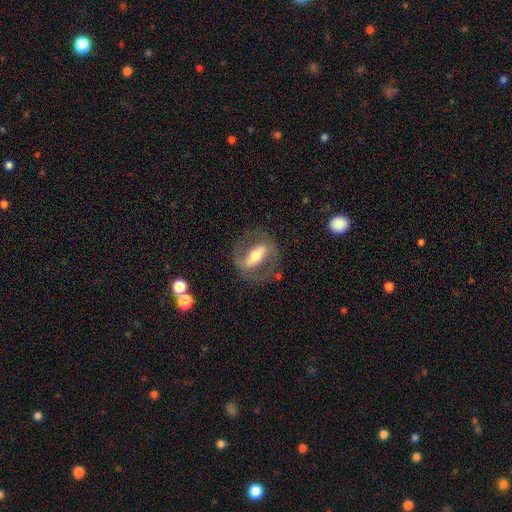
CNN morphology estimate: This is likely a featured or disk galaxy (72%). It is clearly not viewed edge-on (83%). Bar: likely strong (63%). Spiral arm pattern: possibly yes (60%). Central bulge: likely moderate (65%). Merging: likely none (74%).